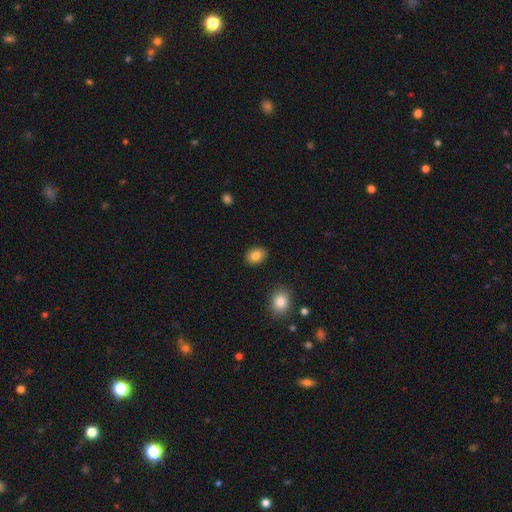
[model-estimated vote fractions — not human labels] Smooth or featured?
  - smooth: 83% *
  - star or artifact: 9%
  - featured or disk: 8%
How rounded?
  - in between: 61% *
  - round: 38%
  - cigar-shaped: 1%
Merging?
  - none: 89% *
  - minor disturbance: 8%
  - major disturbance: 2%
  - merger: 2%